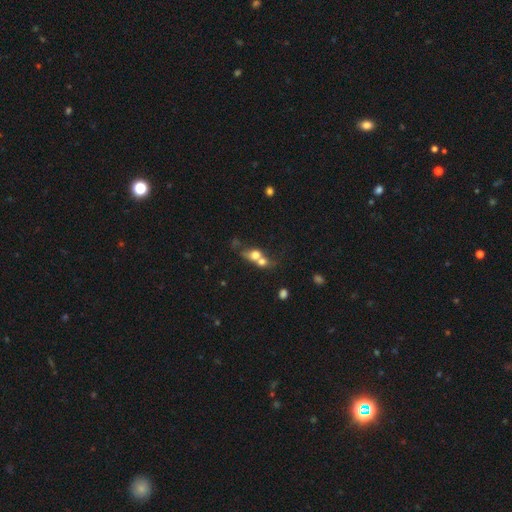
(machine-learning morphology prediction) This is likely a smooth galaxy (63%). How rounded: possibly round (52%). Merging: likely merger (65%).